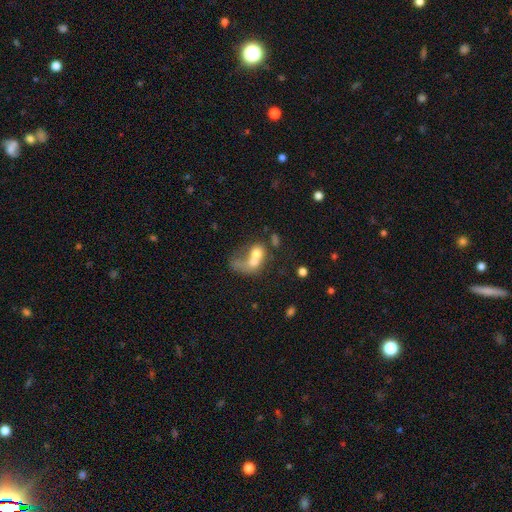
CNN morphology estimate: A smooth galaxy with no disk features (60%) that is in between round and cigar-shaped (60%). Merging: merger (65%).